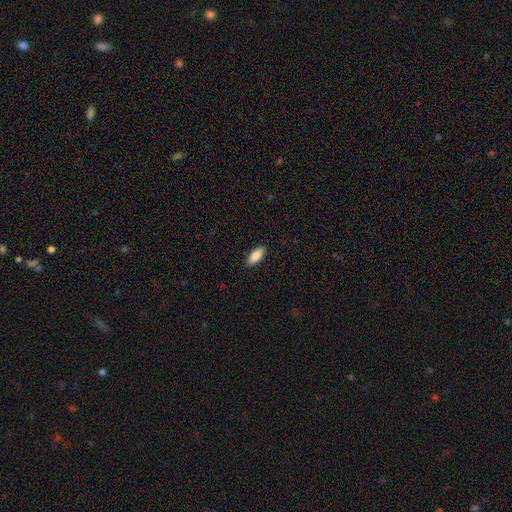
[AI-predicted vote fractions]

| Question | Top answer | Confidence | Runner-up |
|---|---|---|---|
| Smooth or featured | smooth | 88% | featured or disk (6%) |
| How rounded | in between | 82% | cigar-shaped (17%) |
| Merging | none | 89% | minor disturbance (9%) |